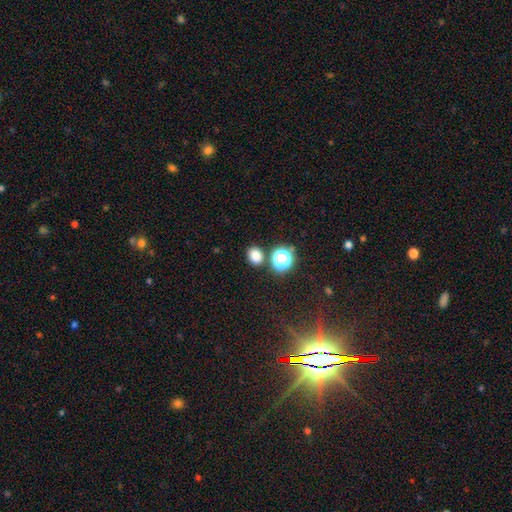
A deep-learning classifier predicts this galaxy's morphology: A smooth galaxy with no disk features (79%) that is round (54%). Merging: none (80%).